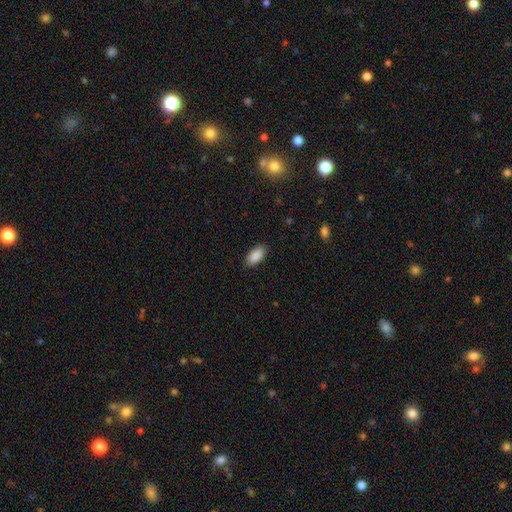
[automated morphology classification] This is clearly a smooth galaxy (90%). How rounded: clearly in between (94%). Merging: clearly none (86%).